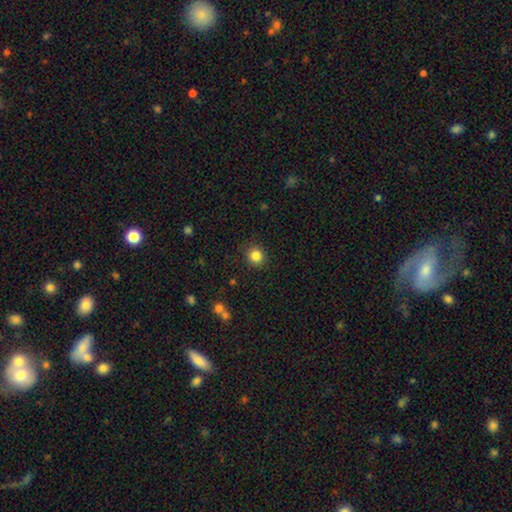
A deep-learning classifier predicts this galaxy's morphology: This is clearly a smooth galaxy (84%). How rounded: clearly round (88%). Merging: clearly none (90%).